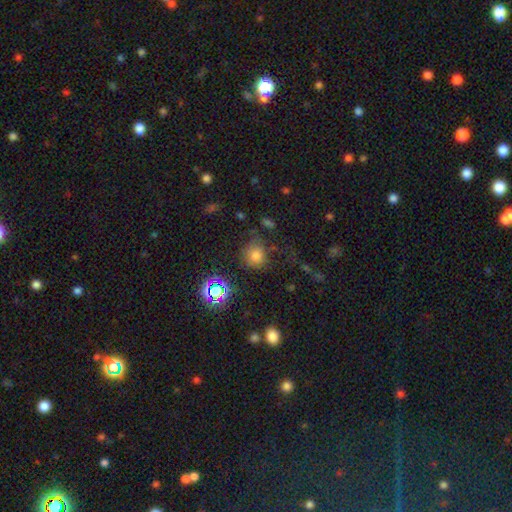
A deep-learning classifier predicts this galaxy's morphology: Smooth or featured? Predicted: smooth (p=0.70). How rounded? Predicted: round (p=0.82). Merging? Predicted: none (p=0.62).